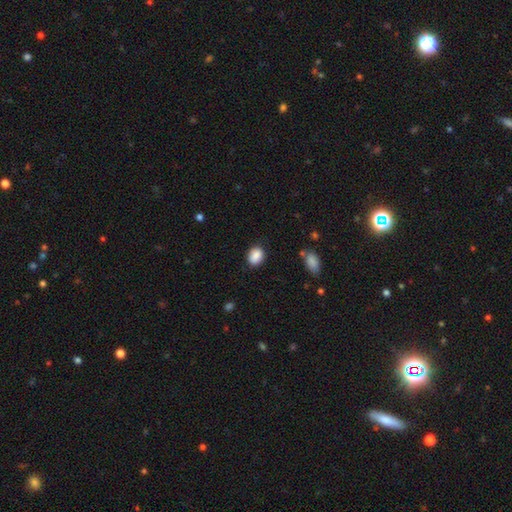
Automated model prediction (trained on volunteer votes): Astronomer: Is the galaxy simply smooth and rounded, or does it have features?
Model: smooth — 88%.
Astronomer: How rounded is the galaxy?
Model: in between — 63%.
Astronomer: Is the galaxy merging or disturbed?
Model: none — 81%.